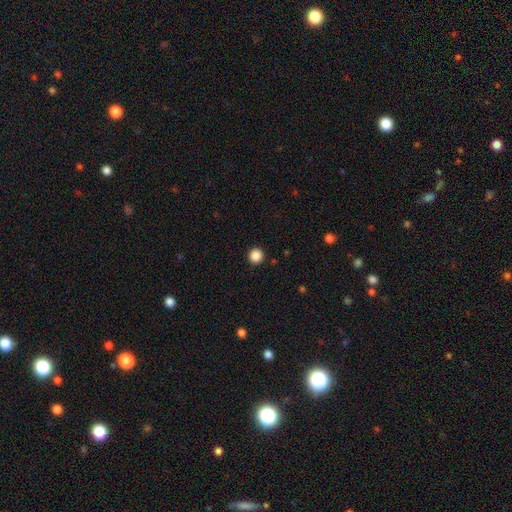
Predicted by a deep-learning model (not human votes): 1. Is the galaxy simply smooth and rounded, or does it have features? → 87% smooth, 10% star or artifact, 3% featured or disk.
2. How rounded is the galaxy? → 95% round, 4% in between, 1% cigar-shaped.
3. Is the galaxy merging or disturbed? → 93% none, 4% minor disturbance, 1% major disturbance, 1% merger.